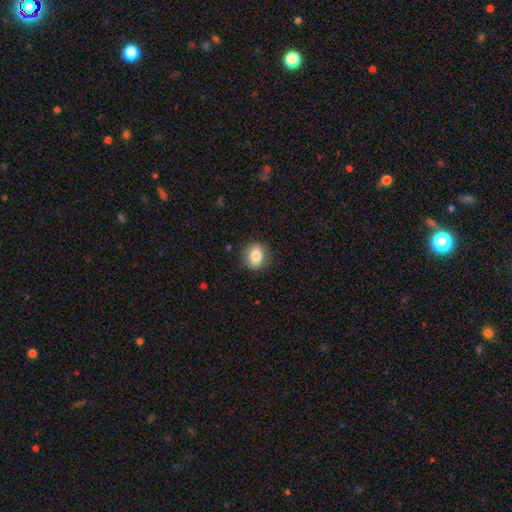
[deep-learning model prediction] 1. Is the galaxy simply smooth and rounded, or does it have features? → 79% smooth, 12% featured or disk, 9% star or artifact.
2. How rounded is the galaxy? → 61% round, 38% in between, 1% cigar-shaped.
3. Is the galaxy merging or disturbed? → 85% none, 11% minor disturbance, 3% major disturbance, 1% merger.